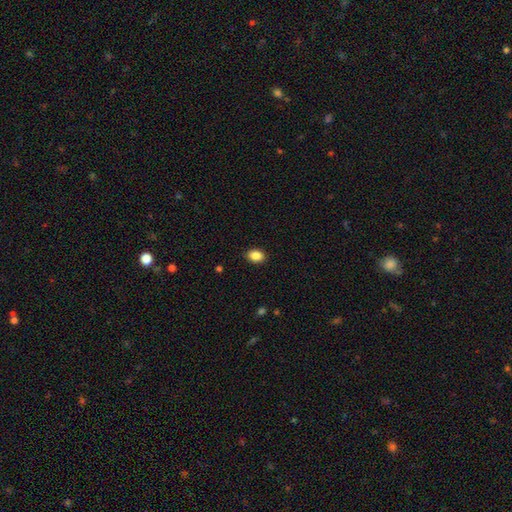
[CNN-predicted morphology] type=smooth (87%); roundness=in between (71%); merging=none (89%).